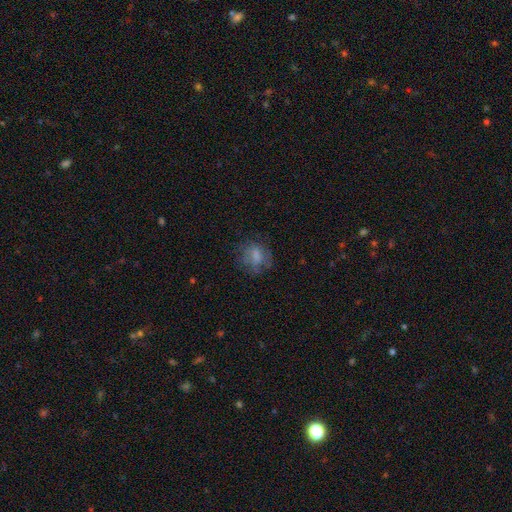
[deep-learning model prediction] Smooth or featured? Predicted: smooth (p=0.62). How rounded? Predicted: round (p=0.56). Merging? Predicted: none (p=0.59).